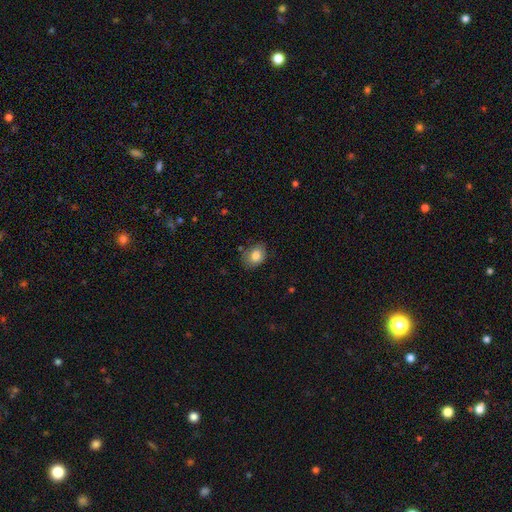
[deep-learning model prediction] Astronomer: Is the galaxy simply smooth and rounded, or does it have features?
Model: smooth — 80%.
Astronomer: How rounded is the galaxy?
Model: in between — 67%.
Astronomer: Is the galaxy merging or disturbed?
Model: none — 72%.